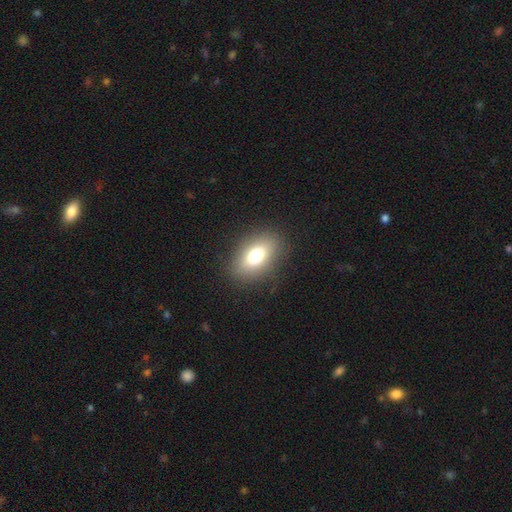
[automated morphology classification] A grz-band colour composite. It shows a smooth galaxy with no disk features (74%) that is in between round and cigar-shaped (84%). Merging: none (86%).